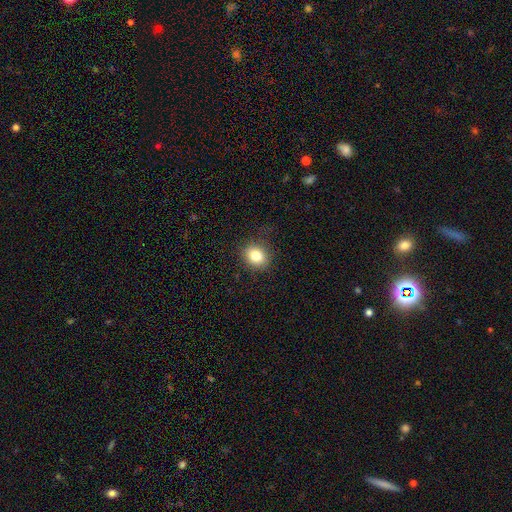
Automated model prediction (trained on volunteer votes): This is clearly a smooth galaxy (82%). How rounded: likely round (65%). Merging: clearly none (85%).